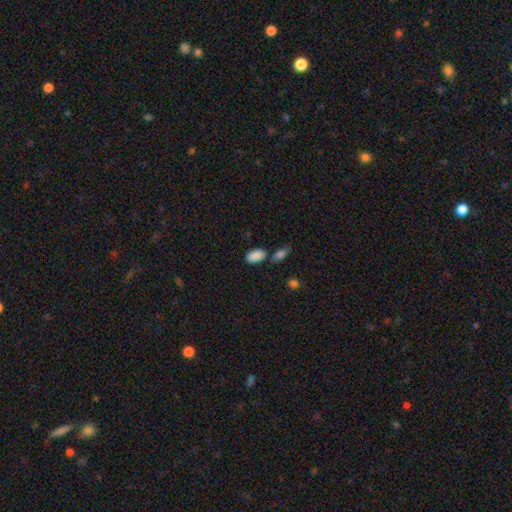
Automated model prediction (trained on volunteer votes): Smooth or featured? Predicted: smooth (p=0.88). How rounded? Predicted: in between (p=0.94). Merging? Predicted: none (p=0.69).